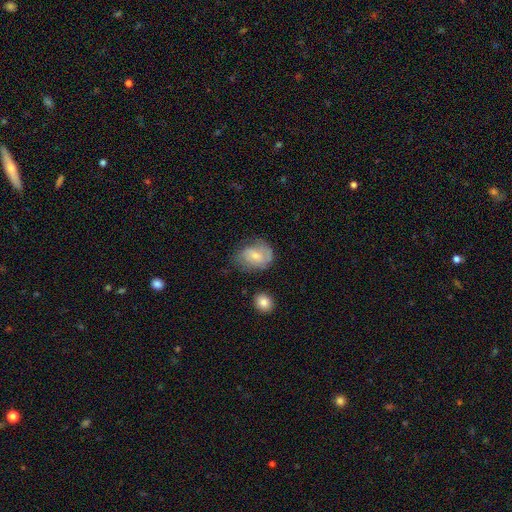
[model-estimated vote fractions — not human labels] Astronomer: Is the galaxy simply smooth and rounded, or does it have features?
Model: featured or disk — 48% (runner-up: smooth, 45%).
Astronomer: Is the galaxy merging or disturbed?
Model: none — 54%.